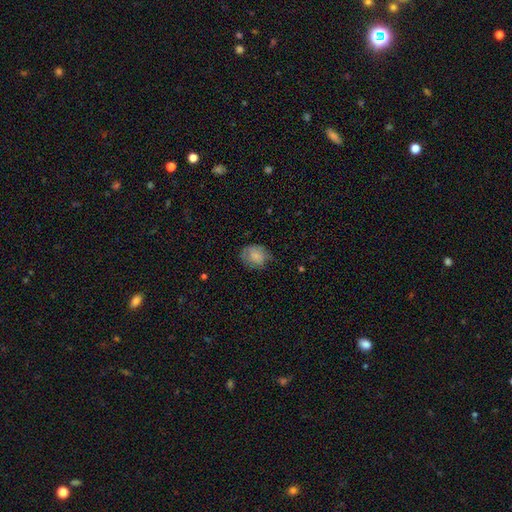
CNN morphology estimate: This is likely a smooth galaxy (72%). How rounded: possibly round (57%). Merging: possibly none (58%).